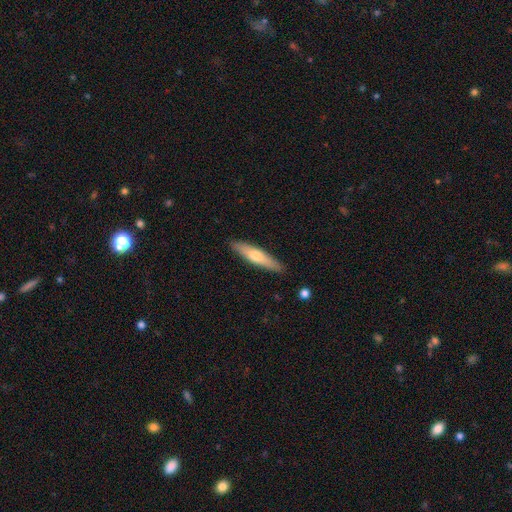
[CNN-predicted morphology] smooth 54%, featured or disk 40%, star or artifact 6%. Down the decision tree: how rounded — cigar-shaped (85%); merging — none (90%).